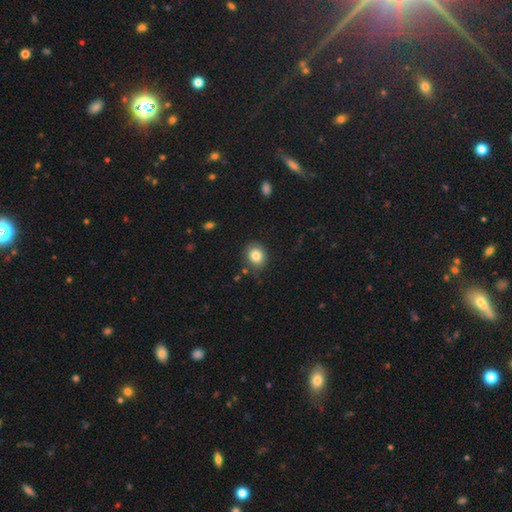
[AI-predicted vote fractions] smooth 83%, star or artifact 9%, featured or disk 8%. Down the decision tree: how rounded — round (70%); merging — none (81%).